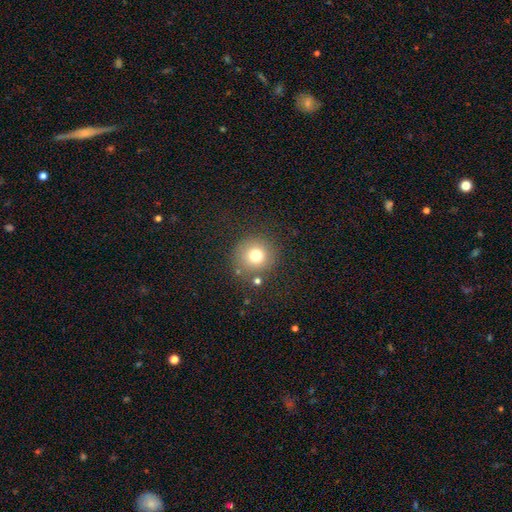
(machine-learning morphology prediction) Overall: smooth (74%). How rounded: round (93%). Merging: none (80%).